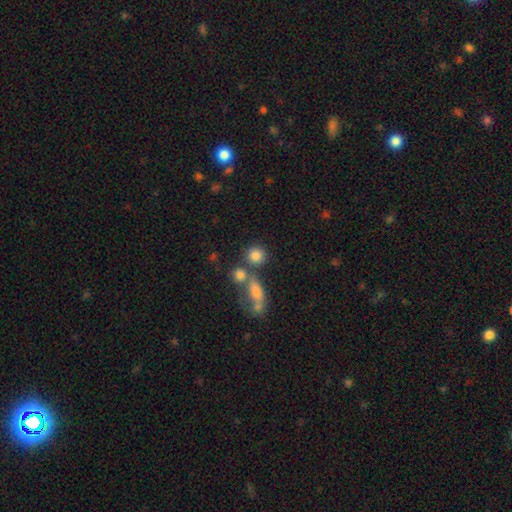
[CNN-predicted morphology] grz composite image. It shows a smooth galaxy with no disk features (81%) that is round (84%). Merging: none (61%).